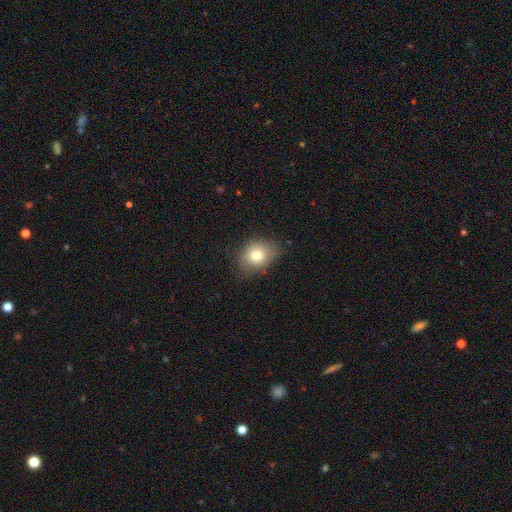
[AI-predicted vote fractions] This is likely a smooth galaxy (75%). How rounded: possibly round (53%). Merging: likely none (70%).